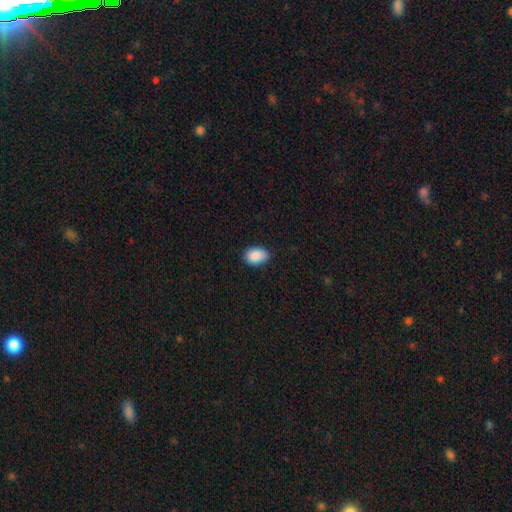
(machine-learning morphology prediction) Overall: smooth (89%). How rounded: in between (86%). Merging: none (80%).